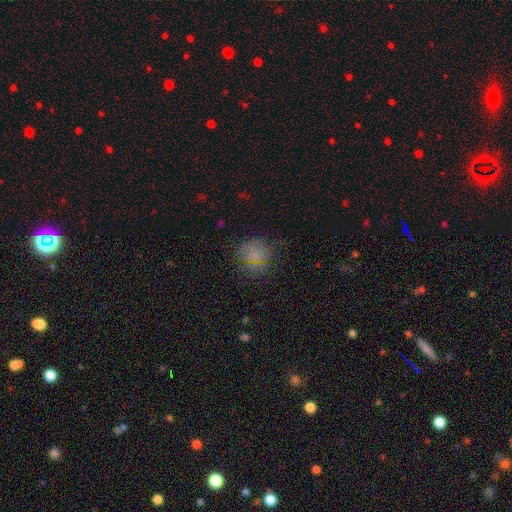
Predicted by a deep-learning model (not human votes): The model was most divided on "smooth or featured": smooth: 71%, star or artifact: 18%, featured or disk: 10%. More confident: how rounded — round (88%); merging — none (78%).